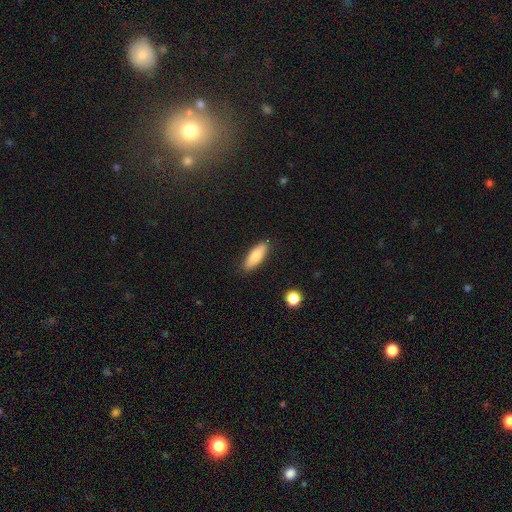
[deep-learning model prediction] Smooth or featured? Predicted: smooth (p=0.78). How rounded? Predicted: in between (p=0.65). Merging? Predicted: none (p=0.87).